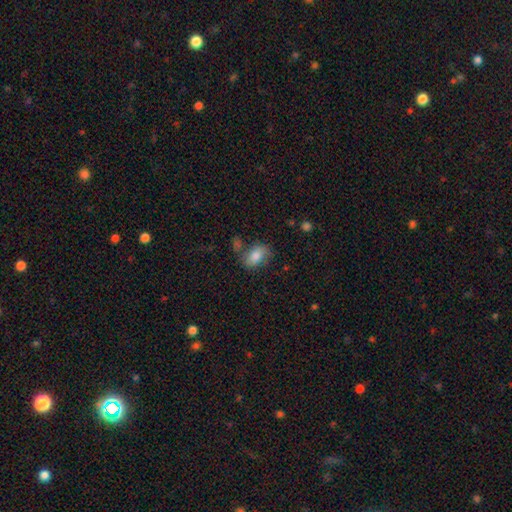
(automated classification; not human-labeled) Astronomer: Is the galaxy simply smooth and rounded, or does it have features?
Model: smooth — 76%.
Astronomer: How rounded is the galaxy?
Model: in between — 86%.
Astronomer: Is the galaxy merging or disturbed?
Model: none — 57%.